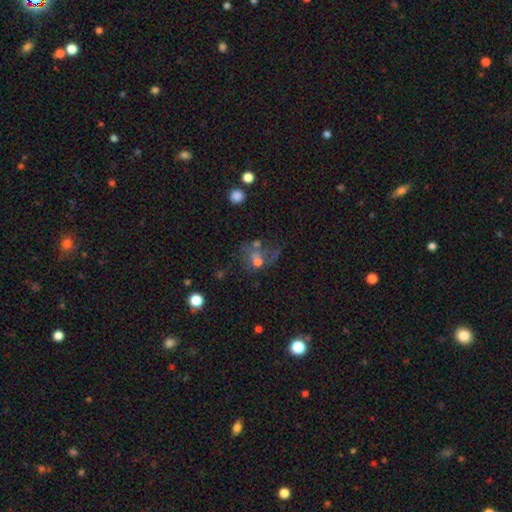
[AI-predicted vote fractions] Overall: smooth (40%; featured or disk 35%). Merging: none (35%; major disturbance 26%).